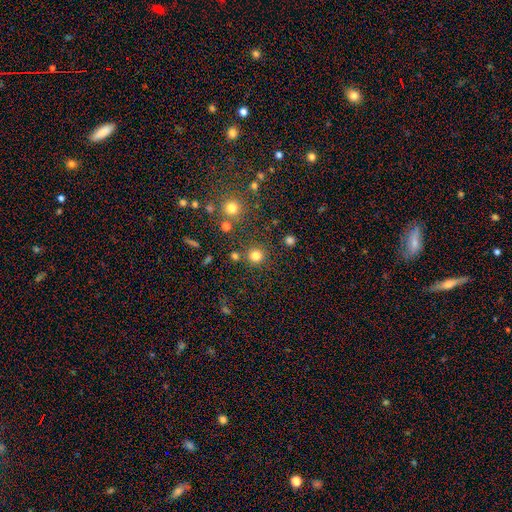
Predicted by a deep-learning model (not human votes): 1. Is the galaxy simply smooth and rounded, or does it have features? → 79% smooth, 16% star or artifact, 5% featured or disk.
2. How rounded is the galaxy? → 94% round, 5% in between, 1% cigar-shaped.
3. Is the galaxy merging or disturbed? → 83% none, 7% minor disturbance, 6% merger, 3% major disturbance.